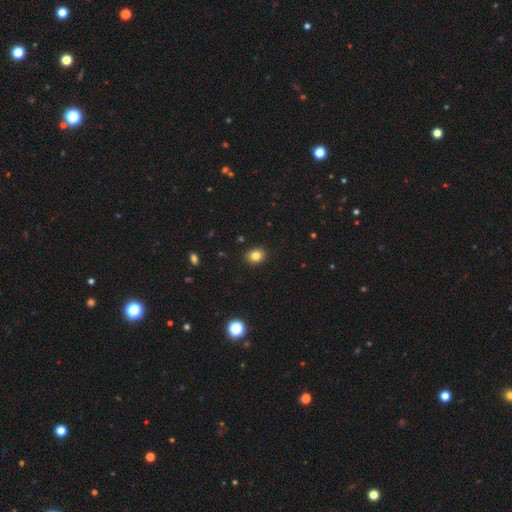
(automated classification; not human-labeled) Overall: smooth (84%). How rounded: round (58%; in between 41%). Merging: none (90%).